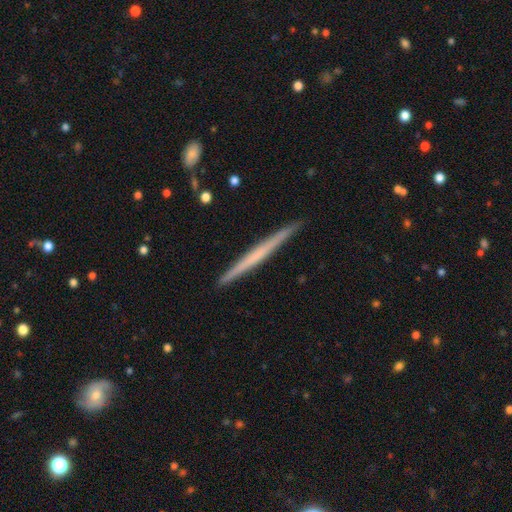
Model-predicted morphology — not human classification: Smooth or featured?
  - featured or disk: 54% *
  - smooth: 41%
  - star or artifact: 5%
Edge-on disk?
  - yes: 98% *
  - no: 2%
Edge-on bulge?
  - none: 87% *
  - rounded: 8%
  - boxy: 5%
Merging?
  - none: 91% *
  - minor disturbance: 6%
  - major disturbance: 1%
  - merger: 1%